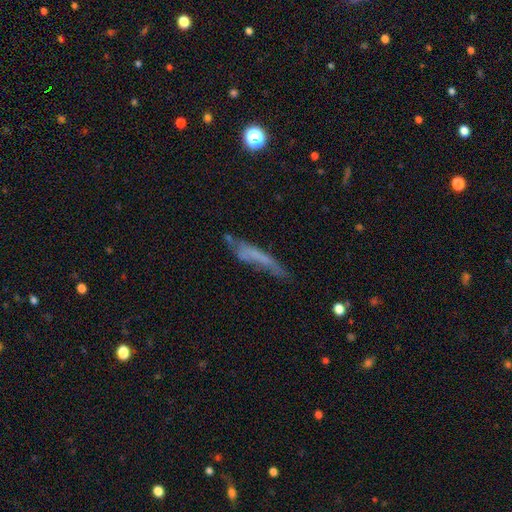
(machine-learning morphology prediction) Smooth or featured? smooth (49%)
Merging? none (48%)